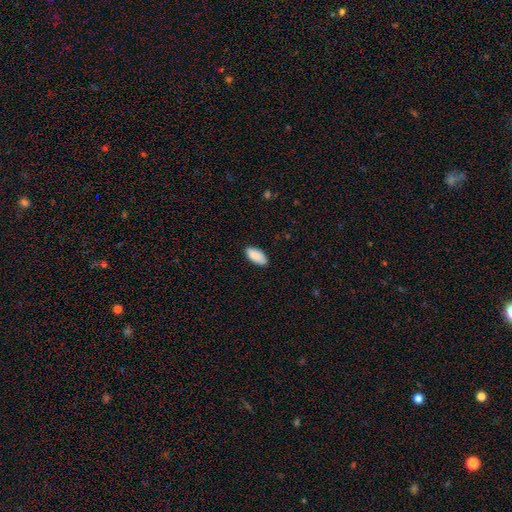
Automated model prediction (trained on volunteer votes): This is clearly a smooth galaxy (90%). How rounded: clearly in between (92%). Merging: clearly none (87%).